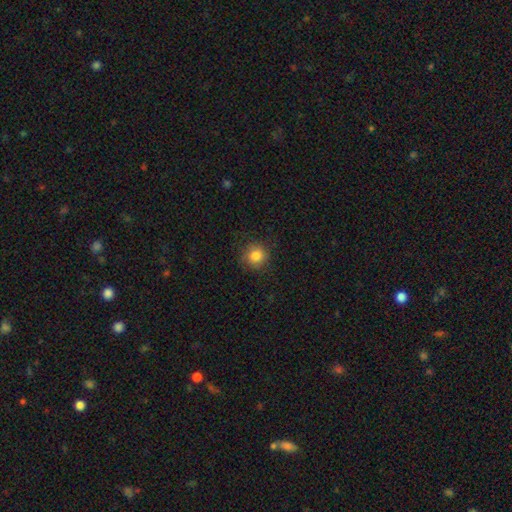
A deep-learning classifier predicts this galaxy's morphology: smooth_or_featured: smooth (p=0.83) [alt: star or artifact p=0.11]
how_rounded: round (p=0.92) [alt: in between p=0.07]
merging: none (p=0.85) [alt: minor disturbance p=0.11]